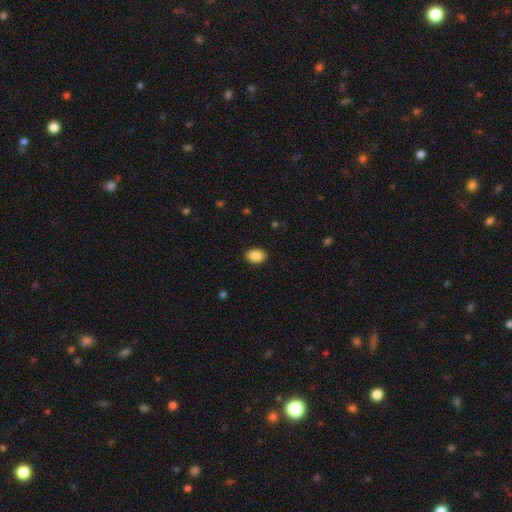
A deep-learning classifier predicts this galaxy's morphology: A smooth galaxy with no disk features (88%) that is in between round and cigar-shaped (77%). Merging: none (89%).